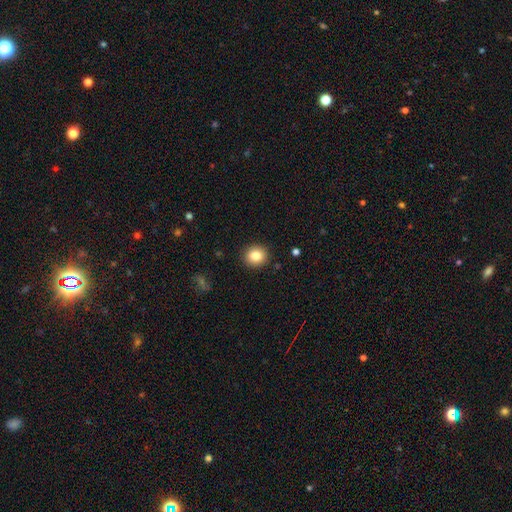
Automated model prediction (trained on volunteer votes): Q: Smooth or featured?
A: smooth (85%); runner-up: star or artifact (9%)
Q: How rounded?
A: round (84%); runner-up: in between (15%)
Q: Merging?
A: none (91%); runner-up: minor disturbance (6%)